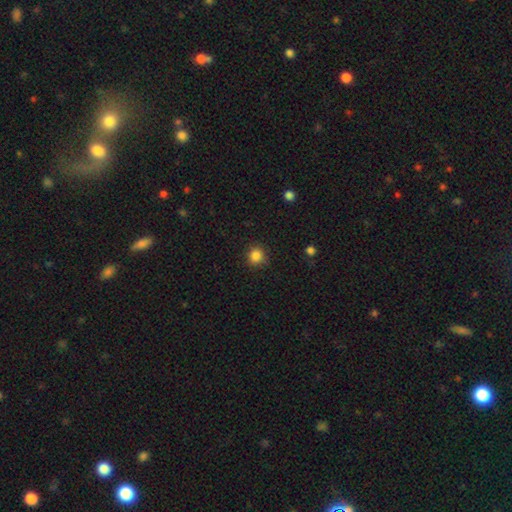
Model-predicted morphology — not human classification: A smooth galaxy with no disk features (85%) that is round (90%). Merging: none (87%).